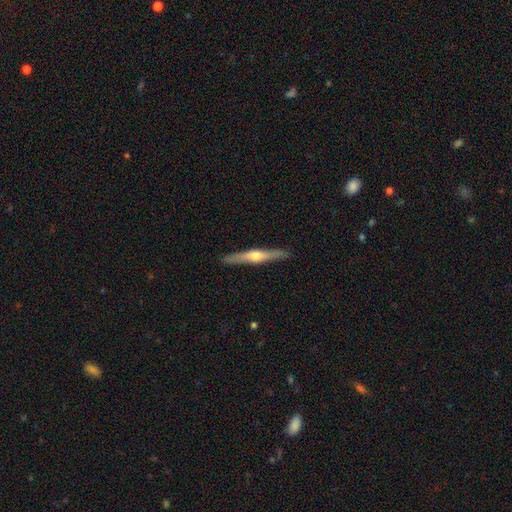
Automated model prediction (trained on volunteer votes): Smooth or featured? featured or disk (69%)
Edge-on disk? yes (97%)
Edge-on bulge? rounded (92%)
Merging? none (91%)